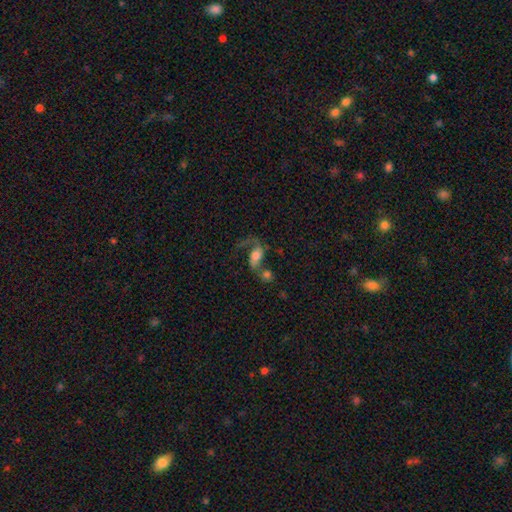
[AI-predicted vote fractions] Smooth or featured: featured or disk — 56% (smooth — 34%)
Edge-on disk: no — 94% (yes — 6%)
Bar: no — 56% (weak — 31%)
Spiral arms: yes — 81% (no — 19%)
Bulge size: moderate — 38% (large — 32%)
Merging: merger — 34% (major disturbance — 27%)